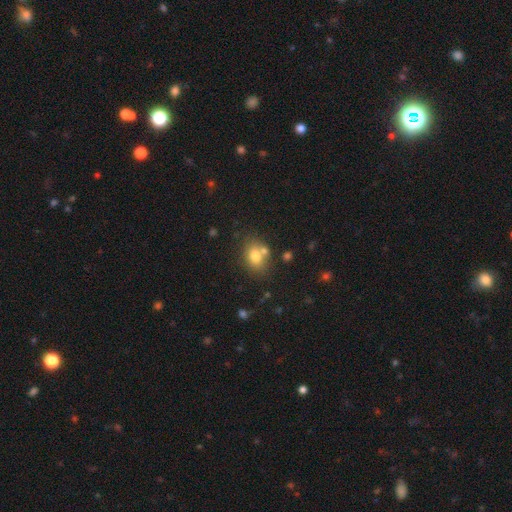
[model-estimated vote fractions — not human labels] smooth_or_featured: smooth (p=0.76) [alt: featured or disk p=0.14]
how_rounded: in between (p=0.64) [alt: round p=0.35]
merging: none (p=0.59) [alt: merger p=0.23]